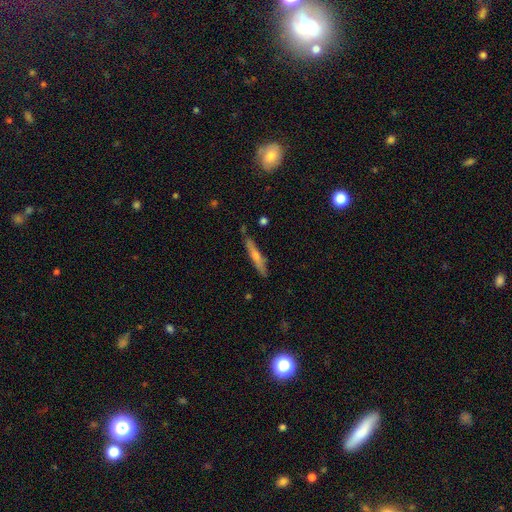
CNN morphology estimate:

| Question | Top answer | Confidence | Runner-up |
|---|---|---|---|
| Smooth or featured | featured or disk | 54% | smooth (39%) |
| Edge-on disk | yes | 93% | no (7%) |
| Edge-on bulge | rounded | 70% | none (25%) |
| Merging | none | 84% | minor disturbance (12%) |